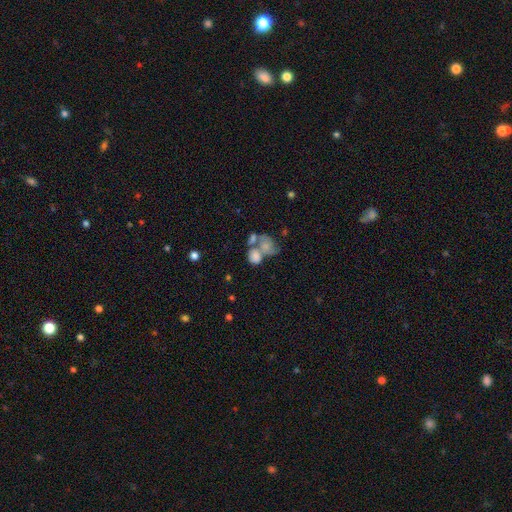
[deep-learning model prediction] A smooth galaxy with no disk features (64%) that is in between round and cigar-shaped (56%). Merging: merger (57%).